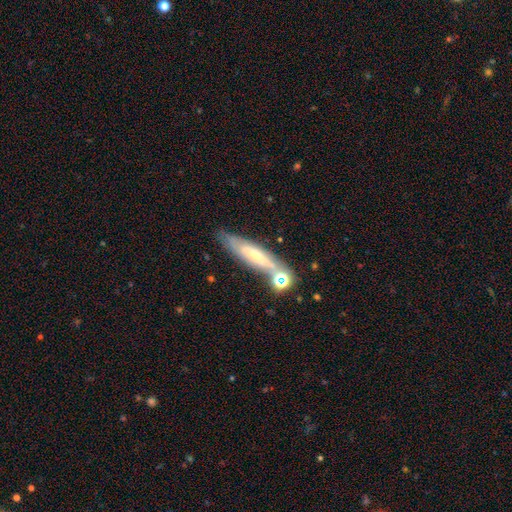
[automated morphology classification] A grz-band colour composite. It shows a featured or disk galaxy (48%). Merging: none (58%).